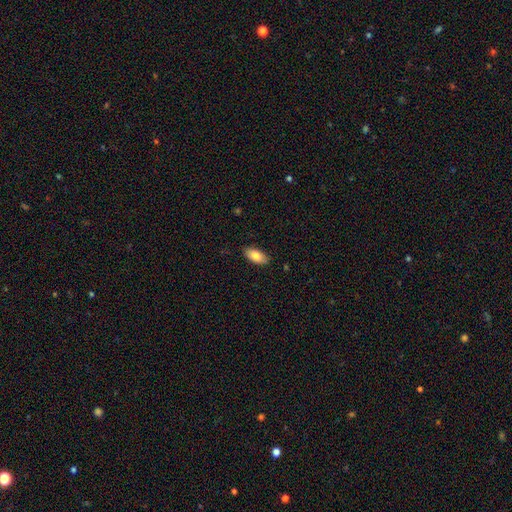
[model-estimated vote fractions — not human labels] Smooth or featured: smooth — 83% (featured or disk — 10%)
How rounded: in between — 92% (cigar-shaped — 6%)
Merging: none — 87% (minor disturbance — 10%)